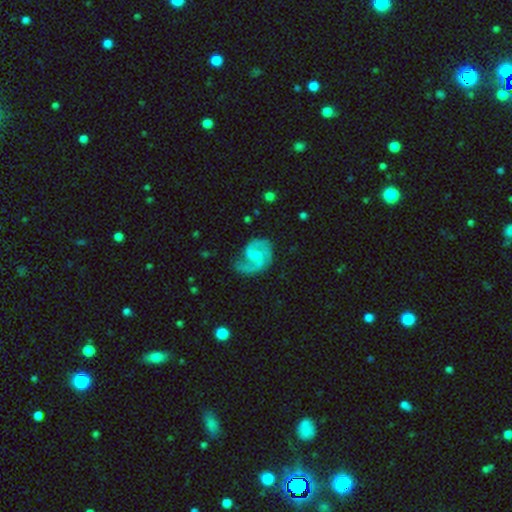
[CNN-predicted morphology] The model was most divided on "bar": no: 47%, weak: 46%, strong: 7%. Remaining: edge-on disk — no (98%); spiral arms — yes (97%); smooth or featured — featured or disk (87%); spiral arm count — 2 (83%); merging — none (61%); spiral winding — medium (56%); bulge size — small (40%).